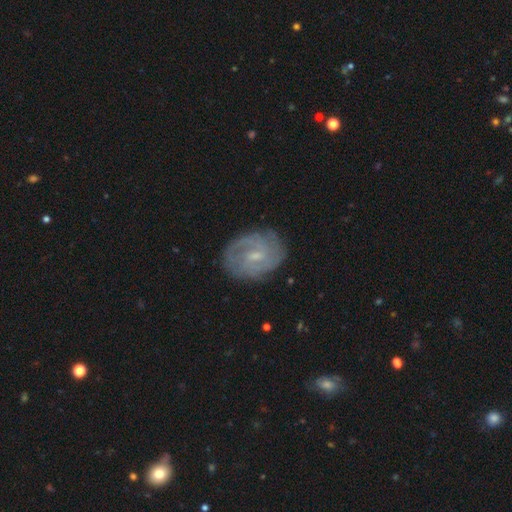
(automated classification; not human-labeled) Smooth or featured?
  - featured or disk: 76% *
  - smooth: 17%
  - star or artifact: 7%
Edge-on disk?
  - no: 97% *
  - yes: 3%
Bar?
  - weak: 60% *
  - no: 29%
  - strong: 12%
Spiral arms?
  - yes: 90% *
  - no: 10%
Spiral winding?
  - tight: 51% *
  - medium: 37%
  - loose: 13%
Spiral arm count?
  - 2: 45% *
  - can't tell: 30%
  - 3: 12%
  - 1: 5%
  - 4: 4%
  - more than 4: 3%
Bulge size?
  - small: 58% *
  - moderate: 31%
  - none: 9%
  - large: 1%
  - dominant: 1%
Merging?
  - none: 78% *
  - minor disturbance: 16%
  - major disturbance: 6%
  - merger: 1%